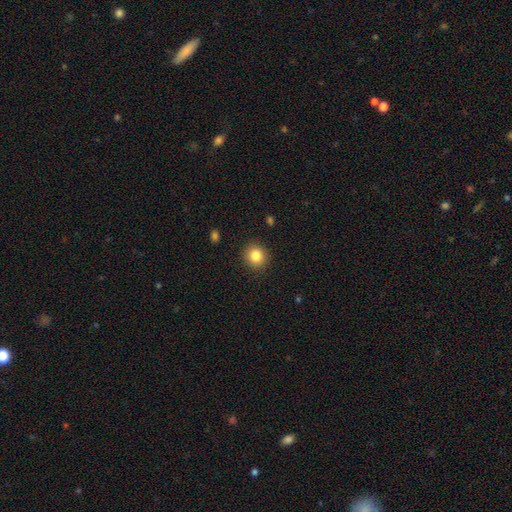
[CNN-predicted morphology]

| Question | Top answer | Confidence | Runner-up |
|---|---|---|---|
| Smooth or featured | smooth | 84% | star or artifact (10%) |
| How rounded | round | 87% | in between (12%) |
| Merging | none | 90% | minor disturbance (6%) |